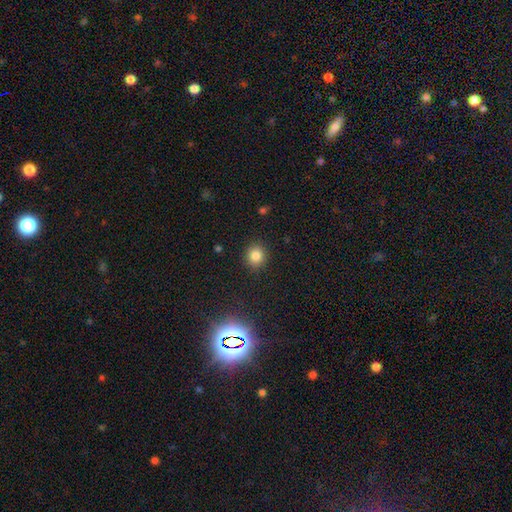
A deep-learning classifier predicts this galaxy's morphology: Smooth or featured? Predicted: smooth (p=0.82). How rounded? Predicted: round (p=0.83). Merging? Predicted: none (p=0.90).